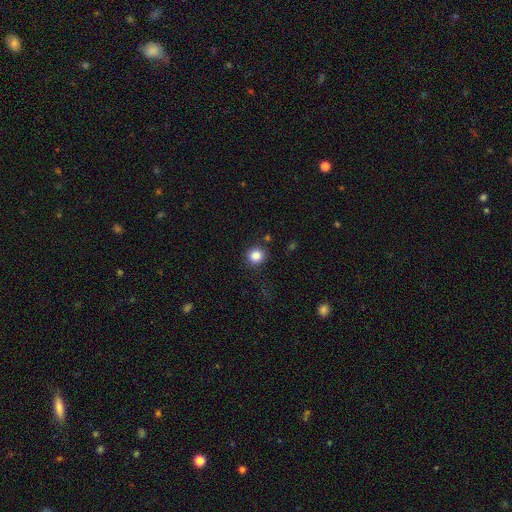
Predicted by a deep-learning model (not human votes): smooth 85%, star or artifact 11%, featured or disk 4%. Down the decision tree: how rounded — round (89%); merging — none (85%).